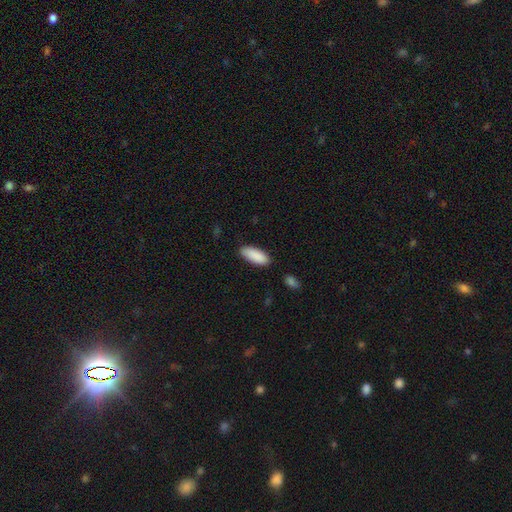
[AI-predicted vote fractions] smooth 90%, star or artifact 6%, featured or disk 4%. Down the decision tree: how rounded — in between (78%); merging — none (85%).